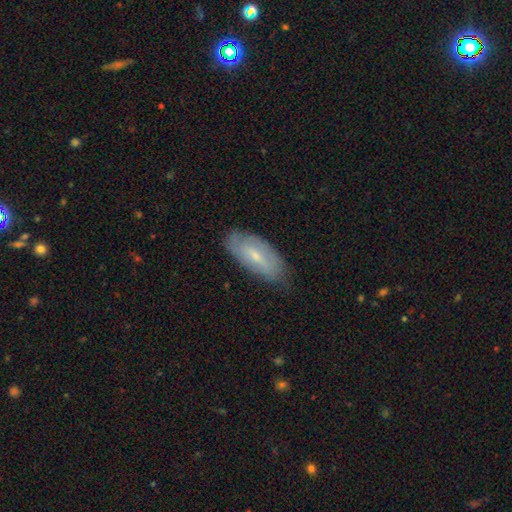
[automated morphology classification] Q: Smooth or featured?
A: smooth (49%); runner-up: featured or disk (45%)
Q: Merging?
A: none (74%); runner-up: minor disturbance (21%)